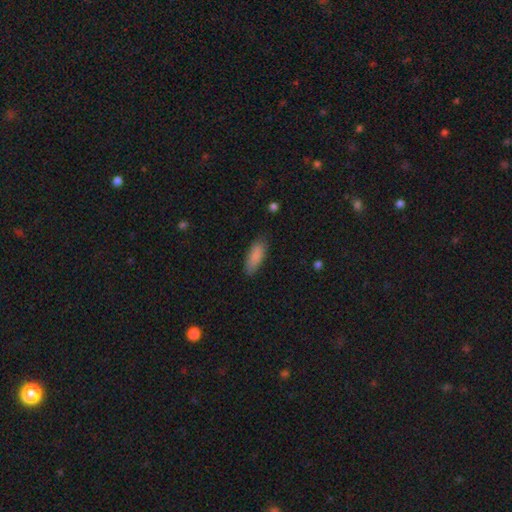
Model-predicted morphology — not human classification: Smooth or featured: smooth — 88% (star or artifact — 6%)
How rounded: in between — 67% (cigar-shaped — 31%)
Merging: none — 83% (minor disturbance — 13%)